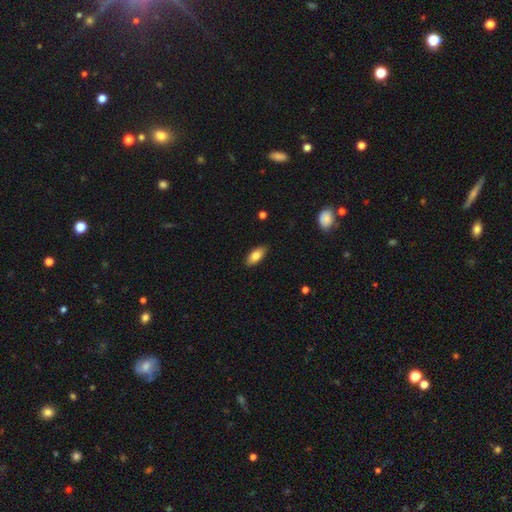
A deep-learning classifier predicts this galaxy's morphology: smooth 79%, featured or disk 14%, star or artifact 7%. Down the decision tree: how rounded — in between (87%); merging — none (88%).